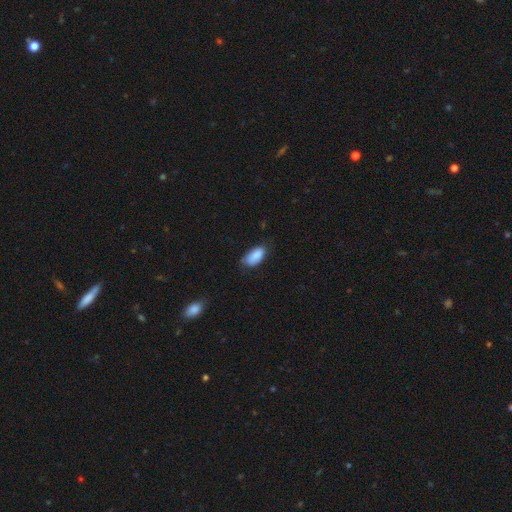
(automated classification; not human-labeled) The model was most divided on "merging": none: 66%, minor disturbance: 28%, major disturbance: 5%, merger: 1%. More confident: how rounded — in between (93%); smooth or featured — smooth (87%).